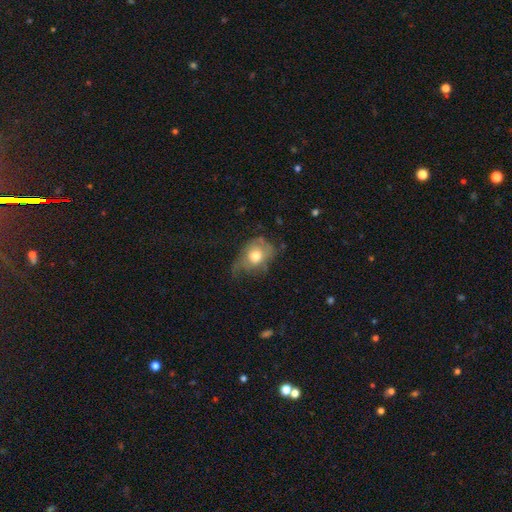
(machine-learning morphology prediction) smooth_or_featured: smooth (p=0.66) [alt: featured or disk p=0.25]
how_rounded: in between (p=0.55) [alt: round p=0.44]
merging: minor disturbance (p=0.37) [alt: none p=0.34]